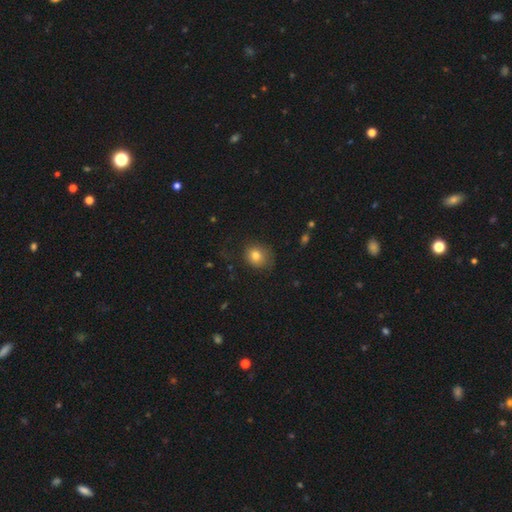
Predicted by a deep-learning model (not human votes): Overall: smooth (79%). How rounded: round (69%; in between 30%). Merging: none (70%).